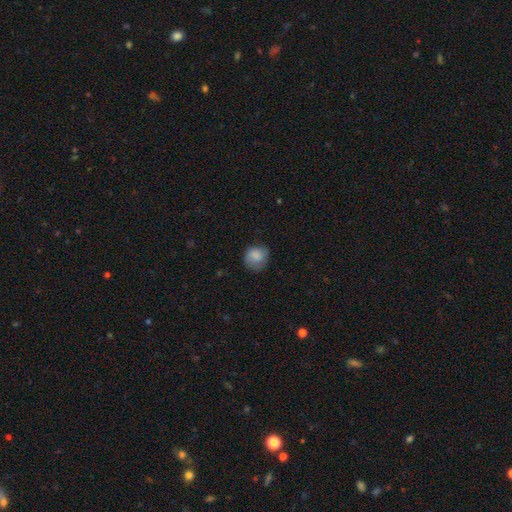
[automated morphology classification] The model was most divided on "merging": none: 69%, minor disturbance: 23%, major disturbance: 7%, merger: 1%. More confident: how rounded — round (82%); smooth or featured — smooth (81%).